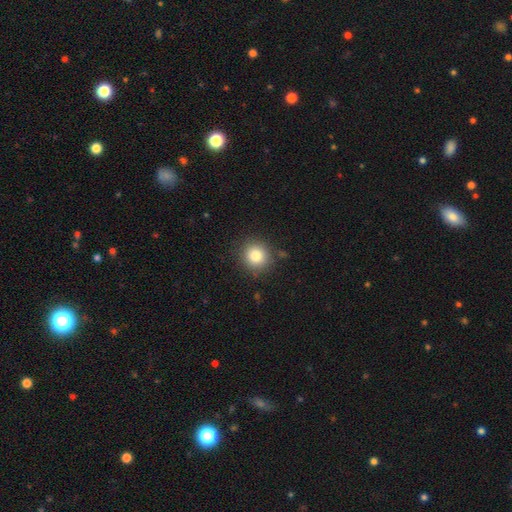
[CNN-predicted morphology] A smooth galaxy with no disk features (82%) that is round (90%). Merging: none (87%).